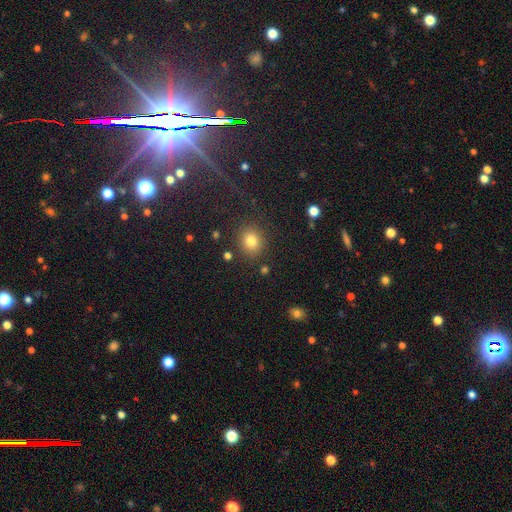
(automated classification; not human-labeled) Morphology: type=star or artifact (60%).